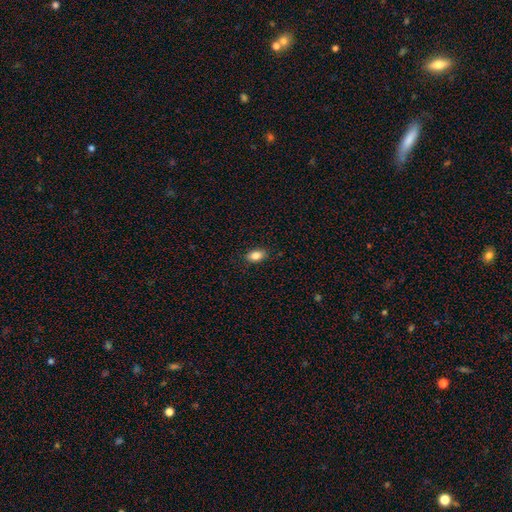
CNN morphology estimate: Smooth or featured? Predicted: smooth (p=0.84). How rounded? Predicted: in between (p=0.89). Merging? Predicted: none (p=0.87).